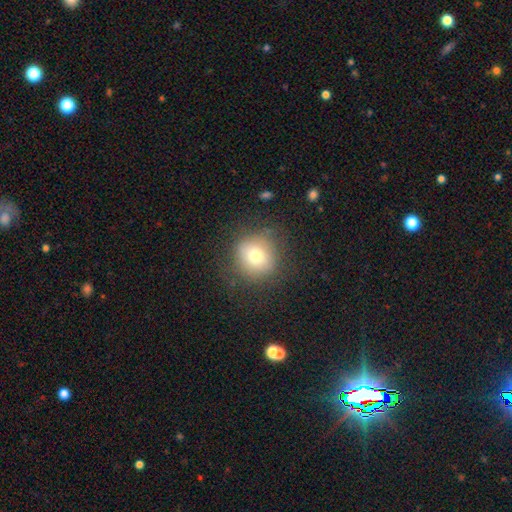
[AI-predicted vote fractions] A smooth galaxy with no disk features (71%) that is round (91%). Merging: none (80%).